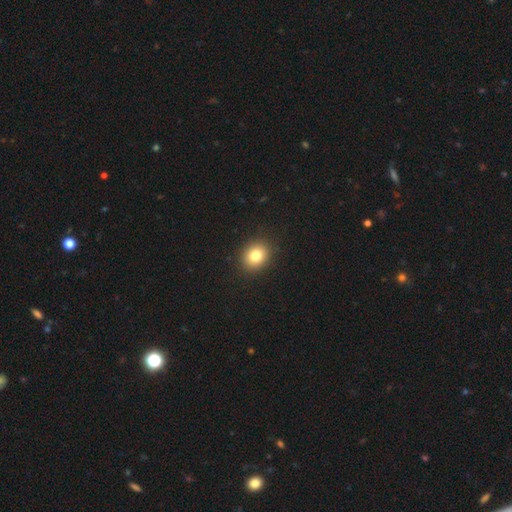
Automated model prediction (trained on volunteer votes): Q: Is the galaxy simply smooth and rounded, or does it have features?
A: smooth — 81%.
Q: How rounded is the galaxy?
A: round — 56%.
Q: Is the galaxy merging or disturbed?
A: none — 91%.